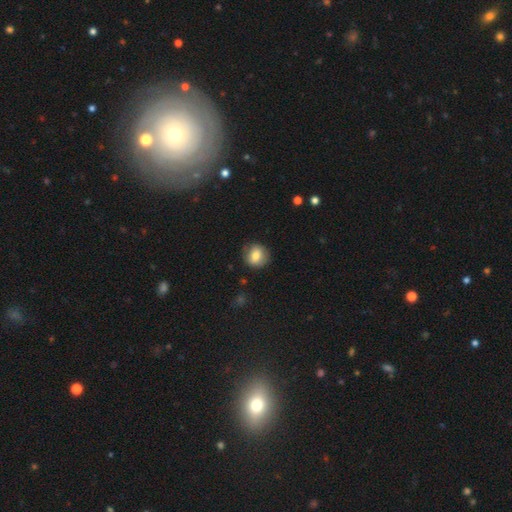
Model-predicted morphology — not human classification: smooth_or_featured: smooth (p=0.74) [alt: featured or disk p=0.17]
how_rounded: round (p=0.84) [alt: in between p=0.15]
merging: none (p=0.82) [alt: minor disturbance p=0.13]